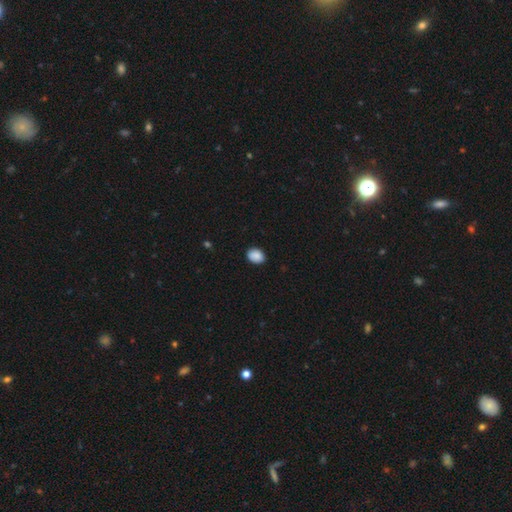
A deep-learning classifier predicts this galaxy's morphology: A smooth galaxy with no disk features (89%) that is in between round and cigar-shaped (66%). Merging: none (87%).